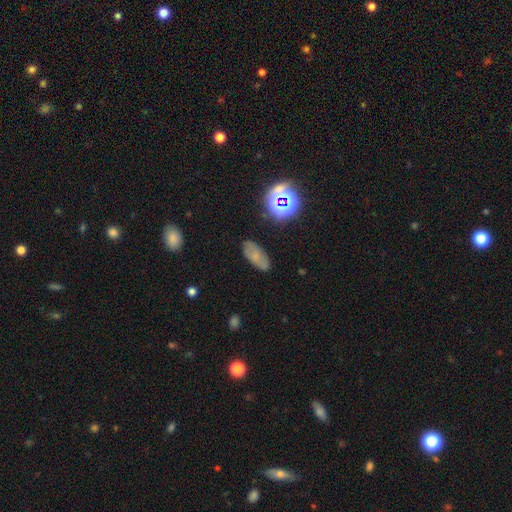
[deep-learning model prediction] Morphology: type=smooth (62%); roundness=in between (88%); merging=none (79%).